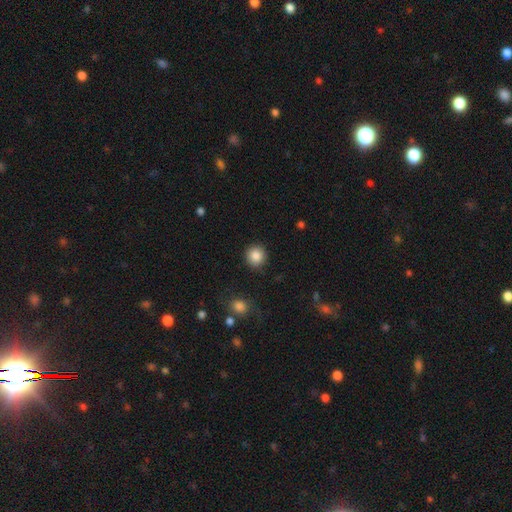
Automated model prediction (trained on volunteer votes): This appears to be a smooth galaxy with no disk features (86%) that is round (93%). Merging: none (90%).